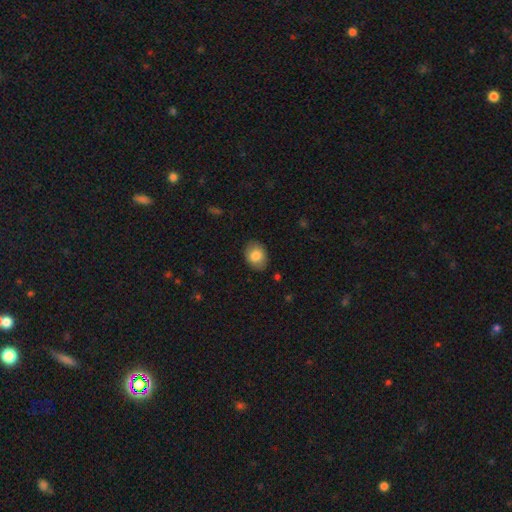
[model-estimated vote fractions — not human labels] This is clearly a smooth galaxy (83%). How rounded: likely in between (65%). Merging: clearly none (84%).